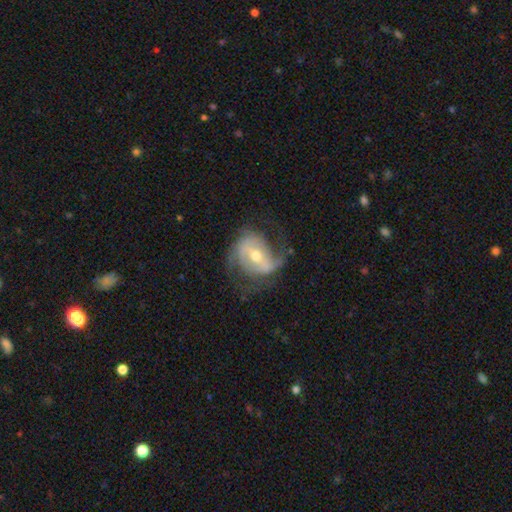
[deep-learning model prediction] Morphology: type=featured or disk (80%); edge-on=no (96%); bar=weak (42%); spiral arms=yes (88%); winding=medium (44%); arm count=2 (70%); bulge=moderate (57%); merging=none (56%).